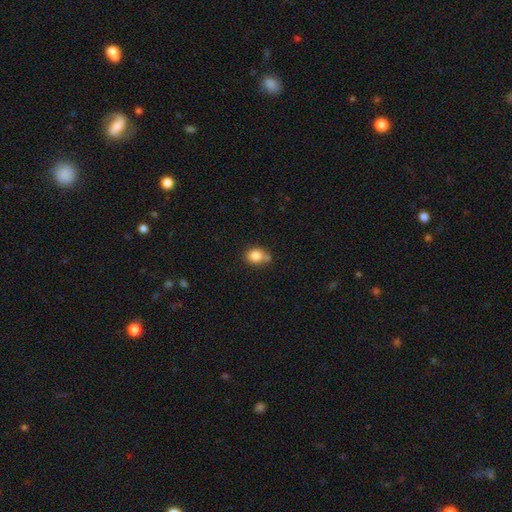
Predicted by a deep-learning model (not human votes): Morphology: type=smooth (83%); roundness=round (63%); merging=none (58%).